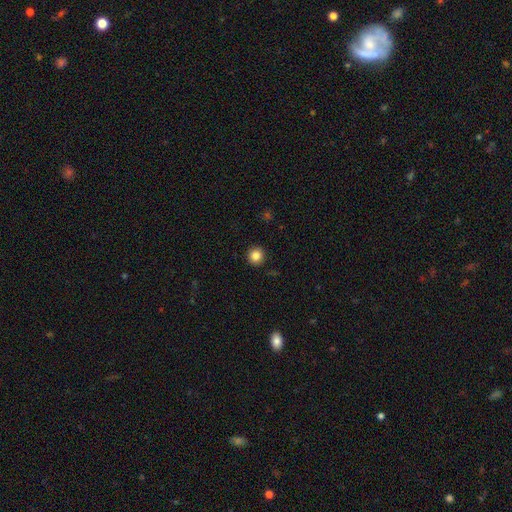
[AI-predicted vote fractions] A smooth galaxy with no disk features (85%) that is round (95%). Merging: none (93%).